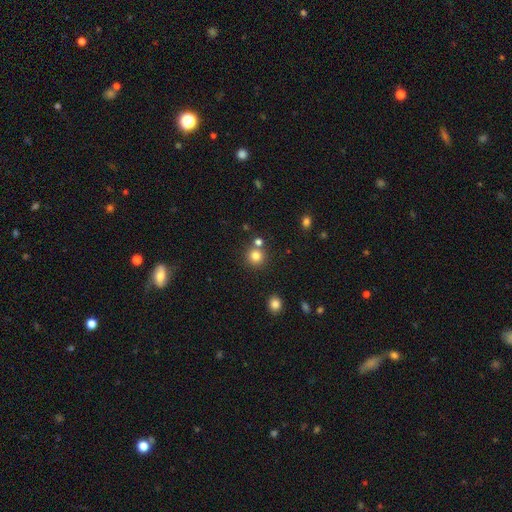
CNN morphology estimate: This appears to be a smooth galaxy with no disk features (80%) that is round (93%). Merging: none (74%).